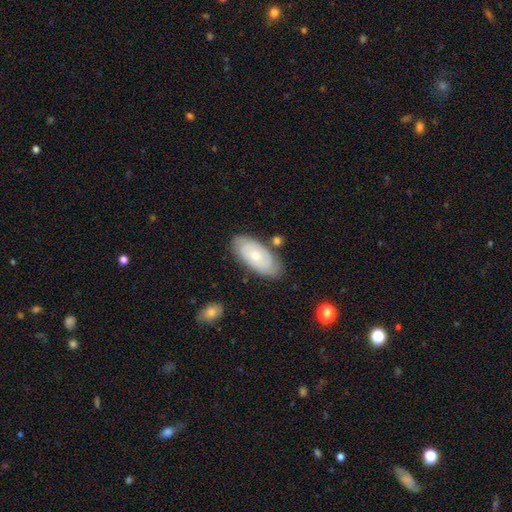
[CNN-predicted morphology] Smooth or featured?
  - featured or disk: 49% *
  - smooth: 44%
  - star or artifact: 6%
Merging?
  - none: 78% *
  - minor disturbance: 15%
  - merger: 3%
  - major disturbance: 3%